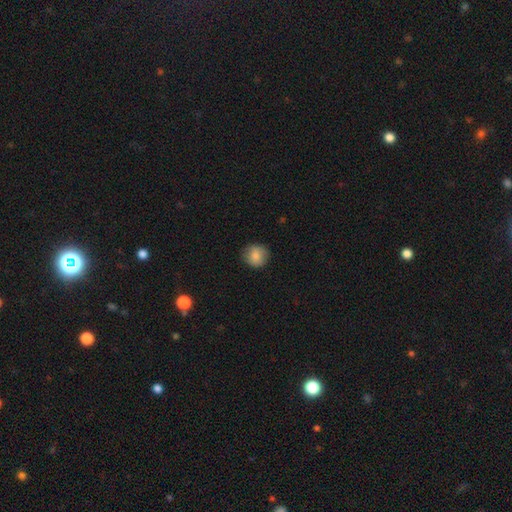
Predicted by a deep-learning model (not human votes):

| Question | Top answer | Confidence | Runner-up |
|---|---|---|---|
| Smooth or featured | smooth | 85% | star or artifact (8%) |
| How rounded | round | 90% | in between (9%) |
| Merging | none | 86% | minor disturbance (10%) |